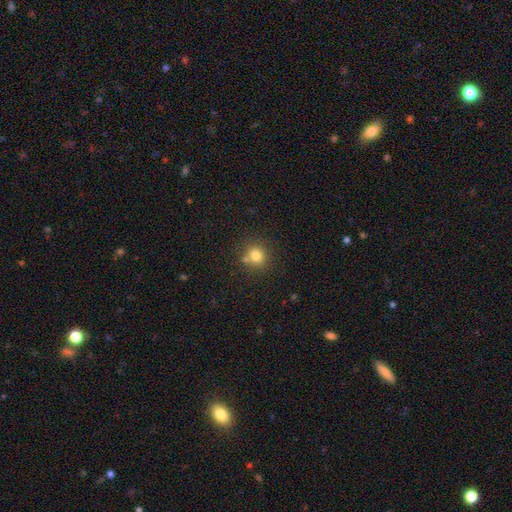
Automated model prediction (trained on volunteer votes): smooth 78%, star or artifact 14%, featured or disk 8%. Down the decision tree: how rounded — round (89%); merging — none (72%).